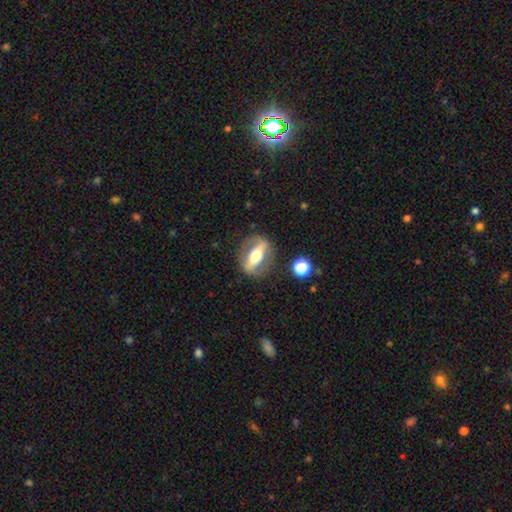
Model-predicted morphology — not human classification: Smooth or featured?
  - featured or disk: 71% *
  - smooth: 22%
  - star or artifact: 6%
Edge-on disk?
  - yes: 50% * (tied)
  - no: 50% * (tied)
Merging?
  - none: 80% *
  - minor disturbance: 11%
  - major disturbance: 7%
  - merger: 2%